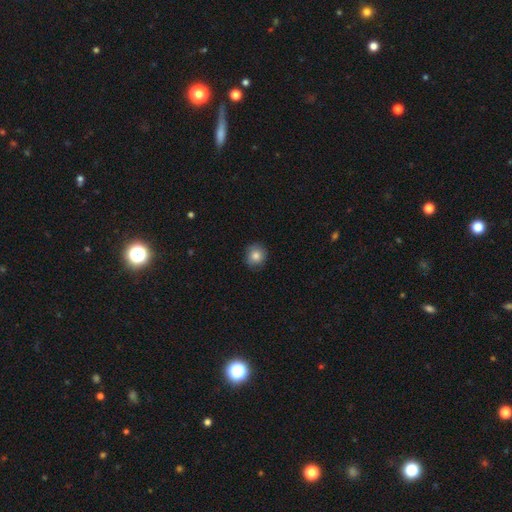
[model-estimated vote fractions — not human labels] smooth_or_featured: smooth (p=0.82) [alt: star or artifact p=0.10]
how_rounded: round (p=0.88) [alt: in between p=0.11]
merging: none (p=0.87) [alt: minor disturbance p=0.10]